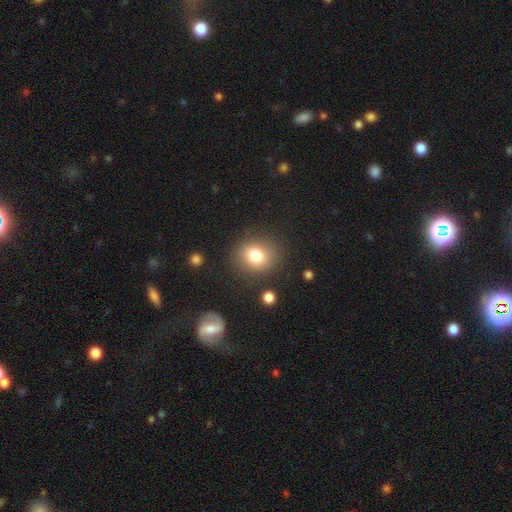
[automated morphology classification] This appears to be a smooth galaxy with no disk features (80%) that is round (73%). Merging: none (83%).